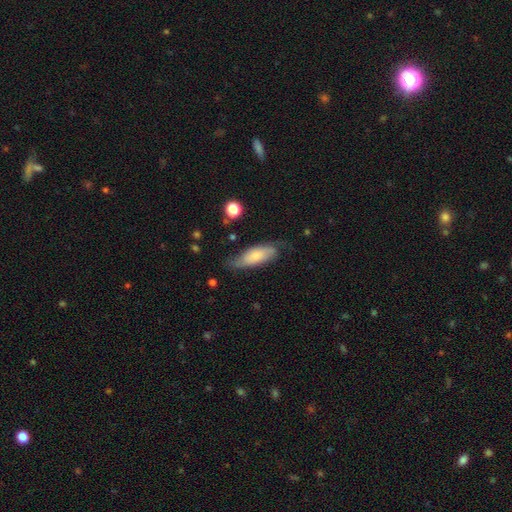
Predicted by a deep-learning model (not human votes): A smooth galaxy with no disk features (55%) that is in between round and cigar-shaped (66%). Merging: none (62%).